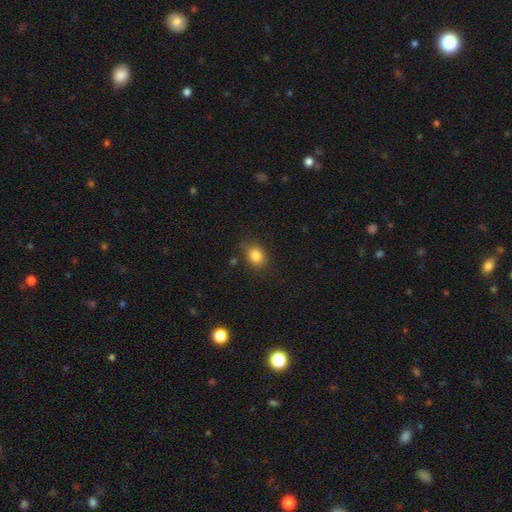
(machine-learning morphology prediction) Q: Smooth or featured?
A: smooth (84%); runner-up: star or artifact (10%)
Q: How rounded?
A: round (52%); runner-up: in between (47%)
Q: Merging?
A: none (79%); runner-up: minor disturbance (14%)